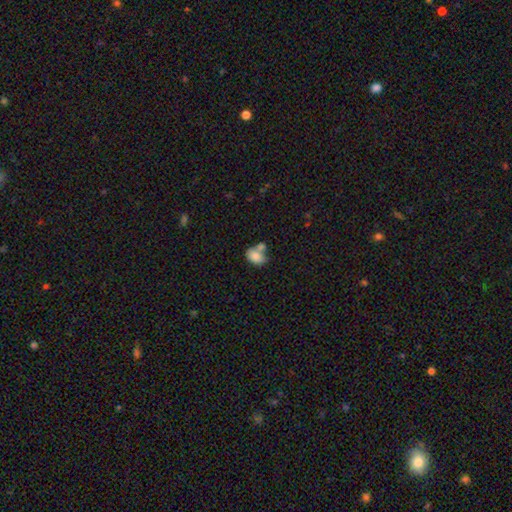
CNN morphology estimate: The model was most divided on "merging": merger: 41%, none: 36%, minor disturbance: 16%, major disturbance: 6%. More confident: smooth or featured — smooth (80%); how rounded — in between (78%).